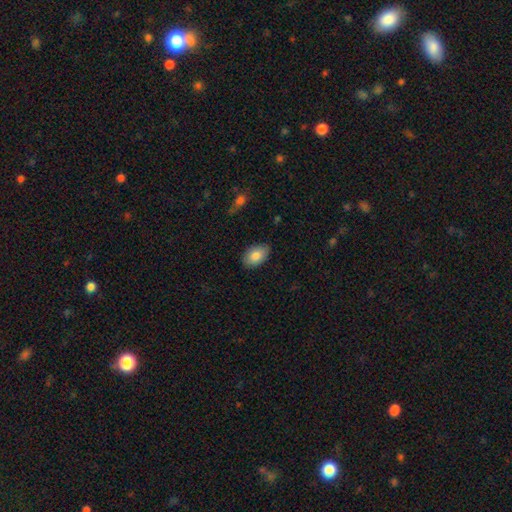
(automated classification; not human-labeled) smooth-or-featured: smooth: 84% | featured or disk: 10% | star or artifact: 7%
  how-rounded: in between: 90% | round: 9% | cigar-shaped: 1%
  merging: none: 84% | minor disturbance: 12% | major disturbance: 2% | merger: 1%